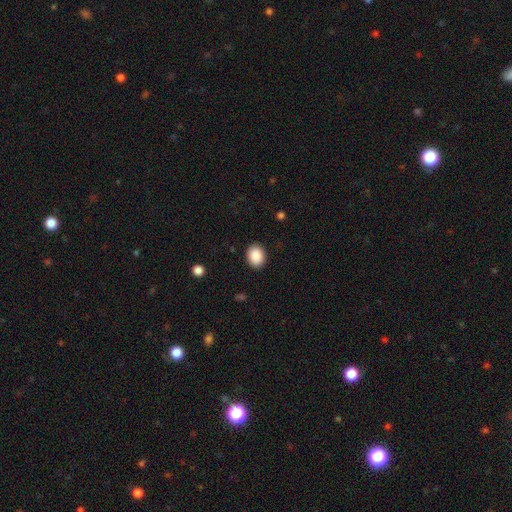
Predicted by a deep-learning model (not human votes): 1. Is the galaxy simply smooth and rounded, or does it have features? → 90% smooth, 7% star or artifact, 3% featured or disk.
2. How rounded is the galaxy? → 58% in between, 41% round, 1% cigar-shaped.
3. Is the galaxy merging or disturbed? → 89% none, 7% minor disturbance, 2% major disturbance, 1% merger.